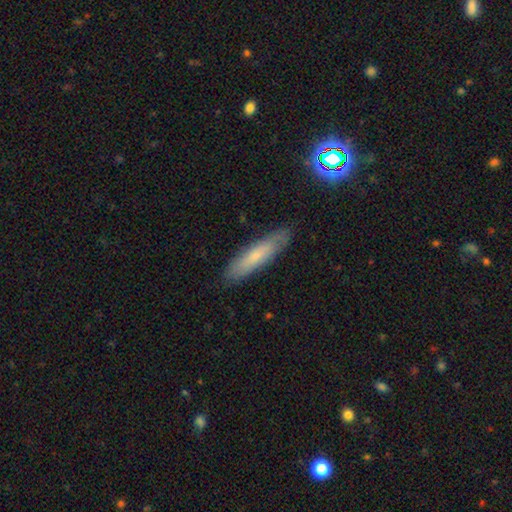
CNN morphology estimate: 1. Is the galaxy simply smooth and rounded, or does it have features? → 66% smooth, 26% featured or disk, 8% star or artifact.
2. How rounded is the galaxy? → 80% cigar-shaped, 18% in between, 1% round.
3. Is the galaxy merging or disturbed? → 85% none, 12% minor disturbance, 2% major disturbance, 1% merger.